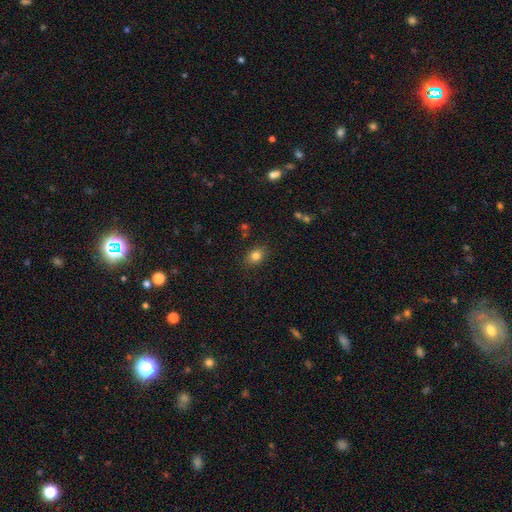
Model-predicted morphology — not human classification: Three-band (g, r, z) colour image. It shows a smooth galaxy with no disk features (82%) that is in between round and cigar-shaped (55%). Merging: none (85%).